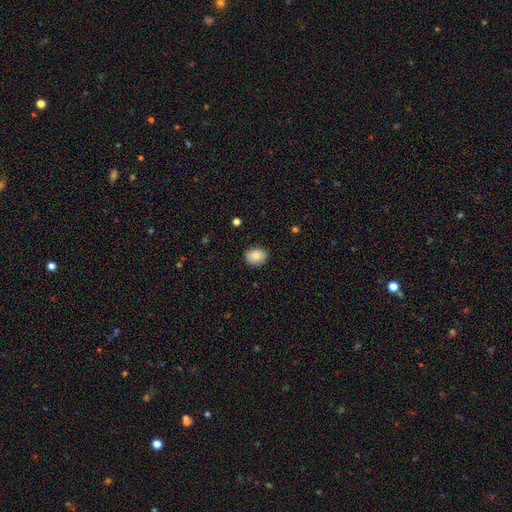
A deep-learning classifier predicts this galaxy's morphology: Overall: smooth (84%). How rounded: in between (52%; round 47%). Merging: none (85%).